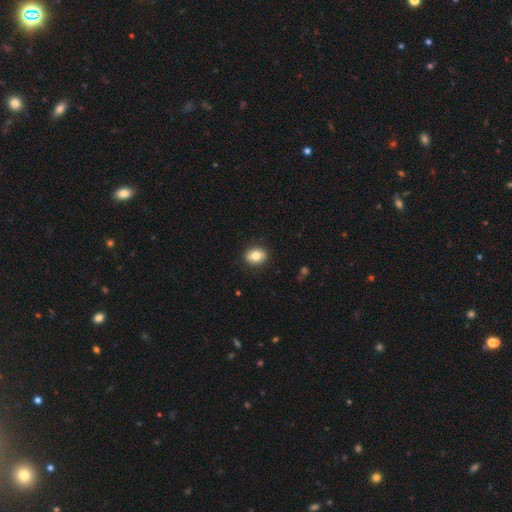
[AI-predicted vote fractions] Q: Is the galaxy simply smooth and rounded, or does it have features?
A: smooth — 81%.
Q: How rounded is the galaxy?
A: in between — 55%.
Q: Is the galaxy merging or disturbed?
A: none — 89%.